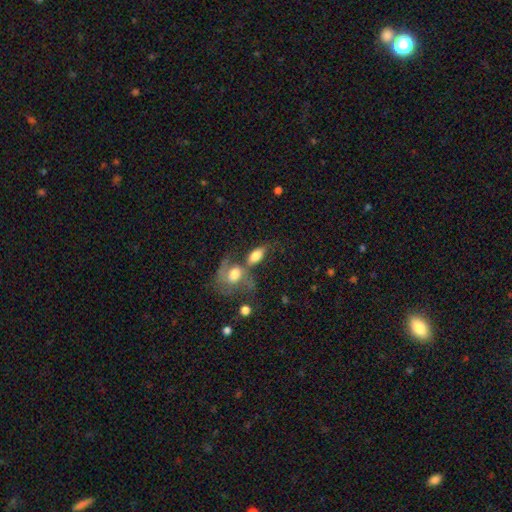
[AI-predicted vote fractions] Smooth or featured: smooth — 68% (featured or disk — 24%)
How rounded: in between — 86% (round — 8%)
Merging: merger — 44% (none — 32%)